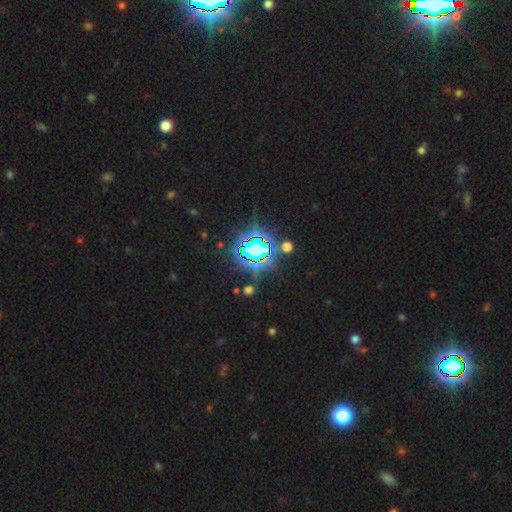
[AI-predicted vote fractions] This is clearly a star or artifact rather than a galaxy (80%).